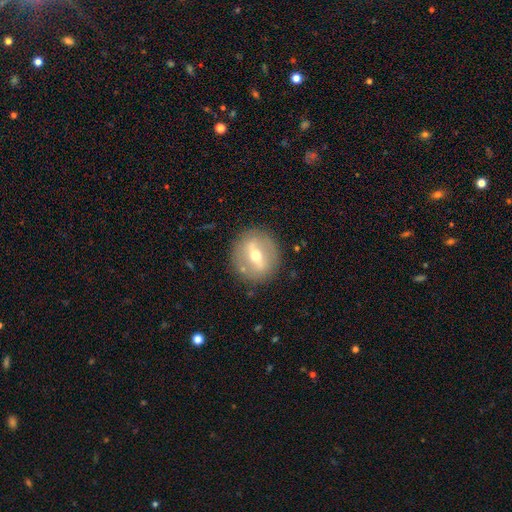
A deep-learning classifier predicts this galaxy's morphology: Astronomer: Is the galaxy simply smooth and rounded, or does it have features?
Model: featured or disk — 63%.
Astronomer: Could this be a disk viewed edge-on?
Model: no — 79%.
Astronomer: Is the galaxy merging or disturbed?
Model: none — 86%.